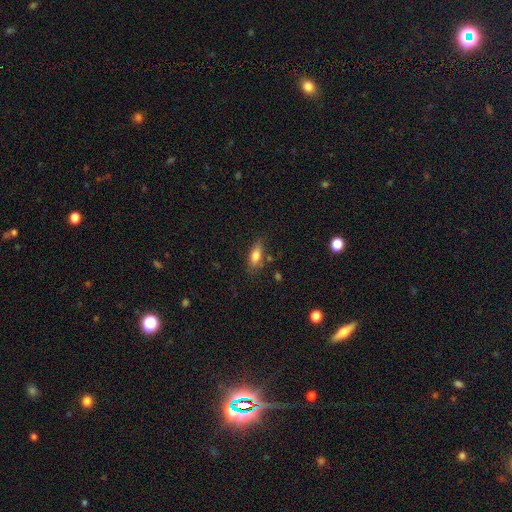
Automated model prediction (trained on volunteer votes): Smooth or featured? smooth (75%)
How rounded? in between (70%)
Merging? none (75%)